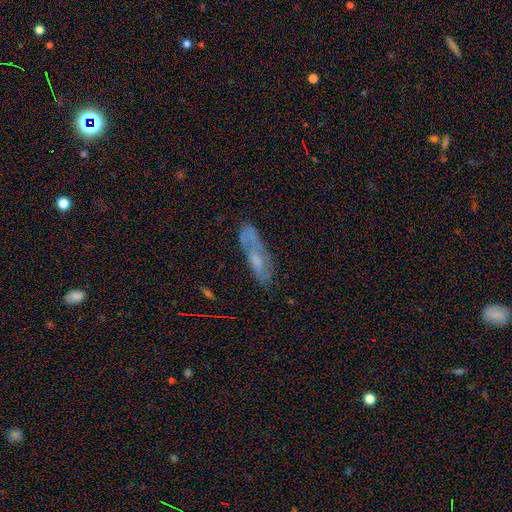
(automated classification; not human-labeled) Smooth or featured?
  - featured or disk: 53% *
  - smooth: 32%
  - star or artifact: 15%
Edge-on disk?
  - no: 68% *
  - yes: 32%
Merging?
  - none: 71% *
  - minor disturbance: 18%
  - major disturbance: 8%
  - merger: 3%